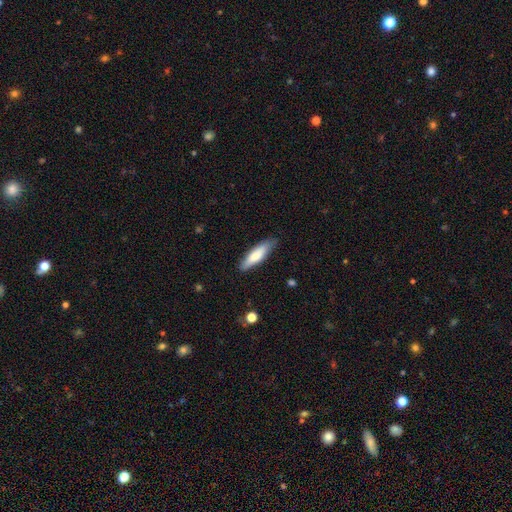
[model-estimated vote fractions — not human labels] A smooth galaxy with no disk features (74%) that is cigar-shaped (65%). Merging: none (81%).